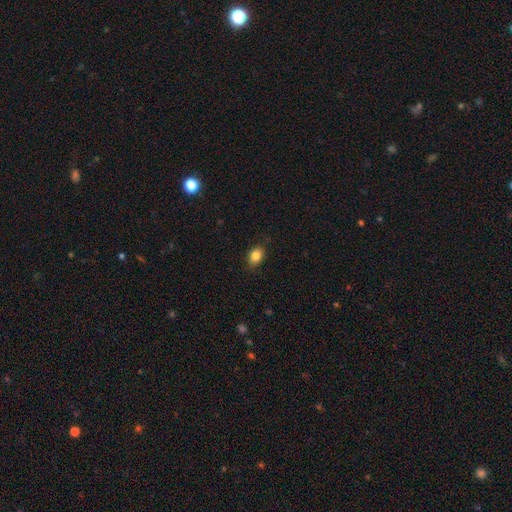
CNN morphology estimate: This appears to be a smooth galaxy with no disk features (85%) that is in between round and cigar-shaped (73%). Merging: none (85%).